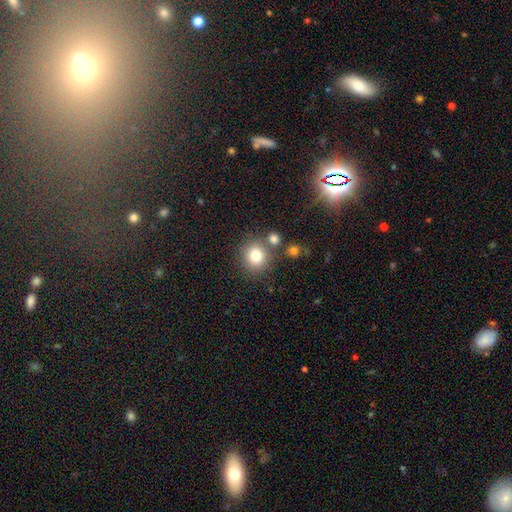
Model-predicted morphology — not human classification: smooth-or-featured: smooth: 79% | star or artifact: 12% | featured or disk: 9%
  how-rounded: round: 84% | in between: 15% | cigar-shaped: 1%
  merging: none: 74% | merger: 12% | minor disturbance: 10% | major disturbance: 4%